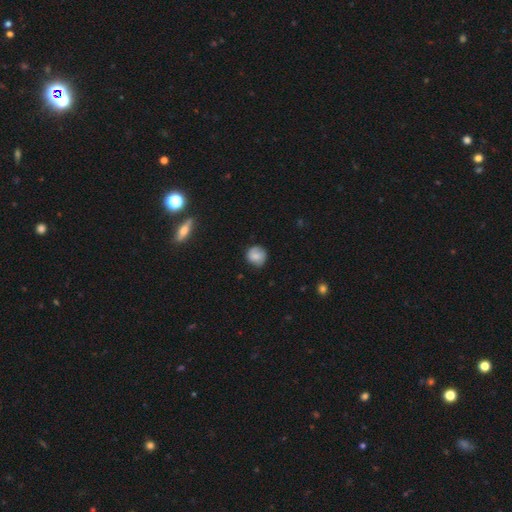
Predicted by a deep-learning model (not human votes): Q: Smooth or featured?
A: smooth (77%); runner-up: featured or disk (14%)
Q: How rounded?
A: round (88%); runner-up: in between (11%)
Q: Merging?
A: none (78%); runner-up: minor disturbance (18%)